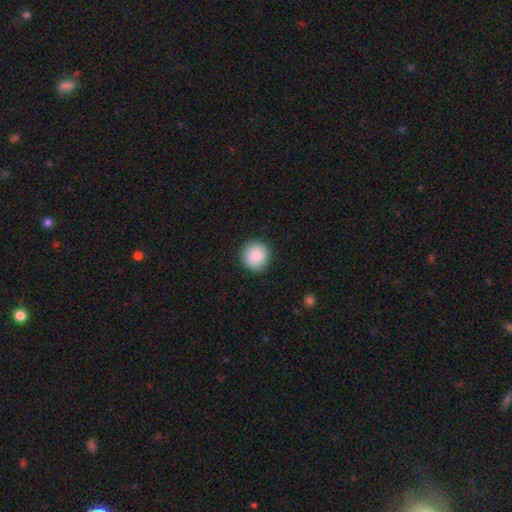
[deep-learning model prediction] Smooth or featured? smooth (89%)
How rounded? round (94%)
Merging? none (90%)